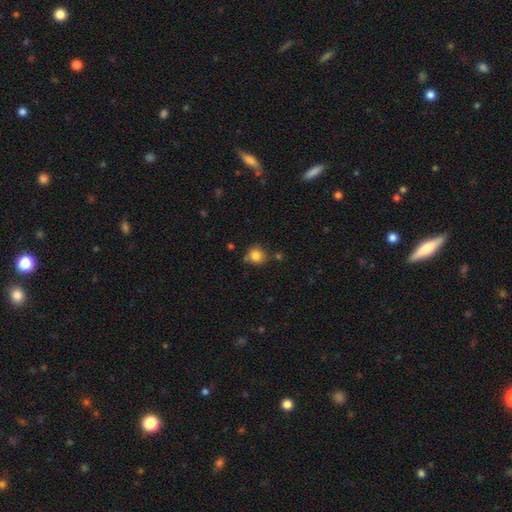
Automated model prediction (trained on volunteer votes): smooth_or_featured: smooth (p=0.83) [alt: star or artifact p=0.11]
how_rounded: round (p=0.84) [alt: in between p=0.15]
merging: none (p=0.70) [alt: minor disturbance p=0.19]